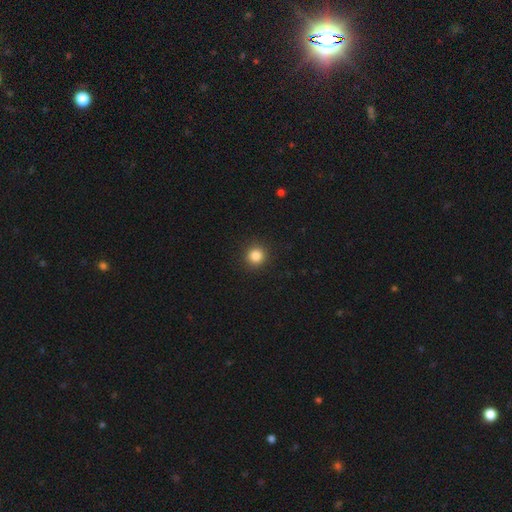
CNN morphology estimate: Smooth or featured? smooth (85%)
How rounded? round (93%)
Merging? none (92%)